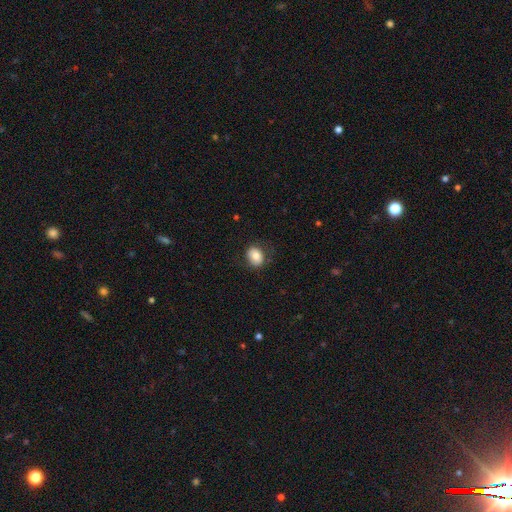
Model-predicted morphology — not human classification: smooth 78%, featured or disk 14%, star or artifact 9%. Down the decision tree: how rounded — in between (52%); merging — none (78%).